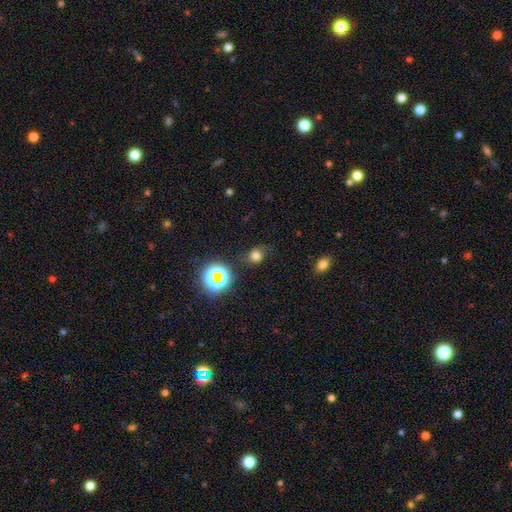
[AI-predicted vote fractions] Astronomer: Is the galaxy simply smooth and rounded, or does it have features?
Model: smooth — 69%.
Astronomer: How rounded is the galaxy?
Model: round — 70%.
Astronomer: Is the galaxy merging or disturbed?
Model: none — 65%.